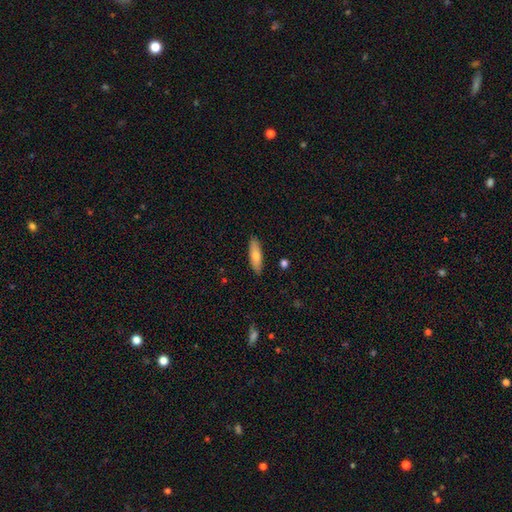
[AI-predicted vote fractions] This is likely a smooth galaxy (74%). How rounded: possibly cigar-shaped (52%). Merging: clearly none (88%).